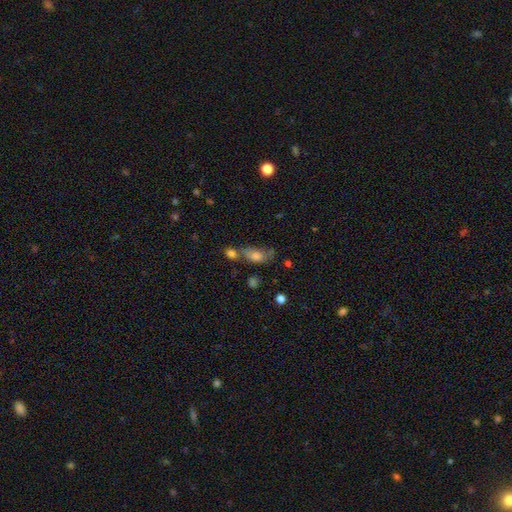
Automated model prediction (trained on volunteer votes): This appears to be a smooth galaxy with no disk features (62%) that is in between round and cigar-shaped (77%). Merging: none (40%).